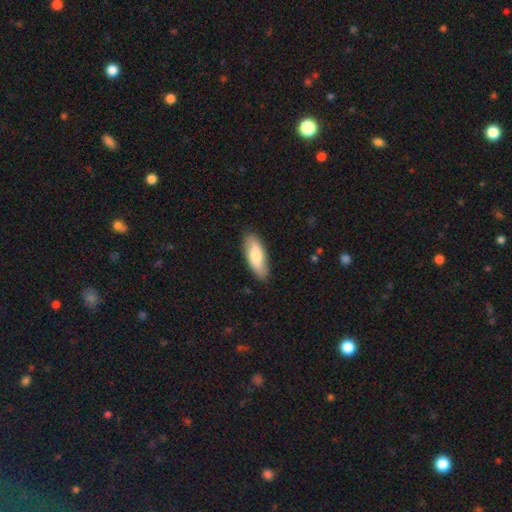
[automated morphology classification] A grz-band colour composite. It shows a smooth galaxy with no disk features (75%) that is in between round and cigar-shaped (67%). Merging: none (86%).